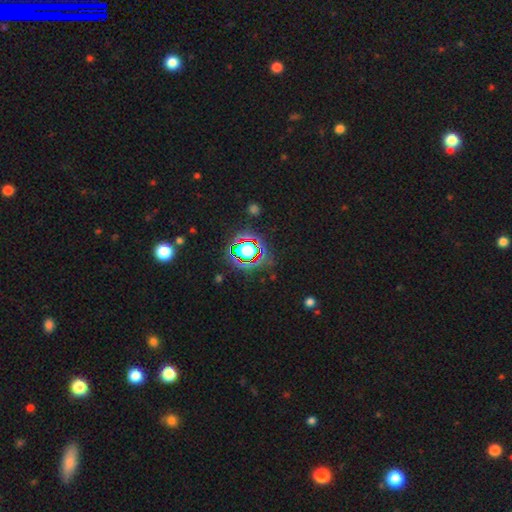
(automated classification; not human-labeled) Q: Smooth or featured?
A: star or artifact (80%); runner-up: smooth (11%)